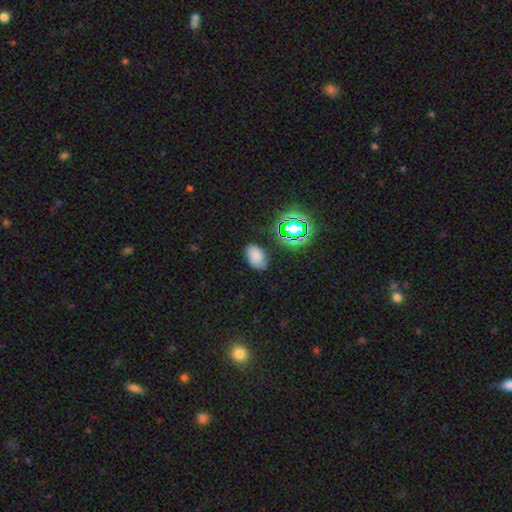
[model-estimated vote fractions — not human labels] A smooth galaxy with no disk features (71%) that is in between round and cigar-shaped (89%).

Vote fractions:
- Smooth or featured? smooth: 71% / star or artifact: 18% / featured or disk: 11%
- How rounded? in between: 89% / round: 10% / cigar-shaped: 1%
- Merging? none: 73% / minor disturbance: 20% / major disturbance: 5% / merger: 3%